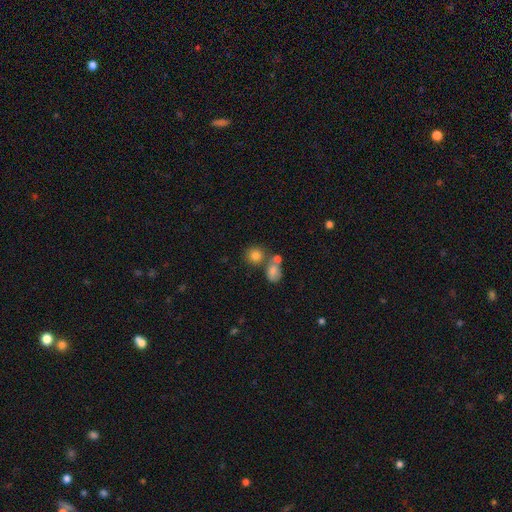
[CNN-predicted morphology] Smooth or featured? smooth (80%)
How rounded? round (82%)
Merging? none (57%)